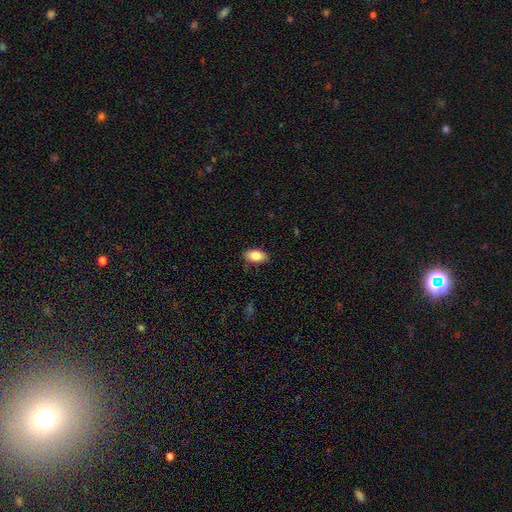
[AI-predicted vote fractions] A smooth galaxy with no disk features (85%) that is in between round and cigar-shaped (92%). Merging: none (83%).